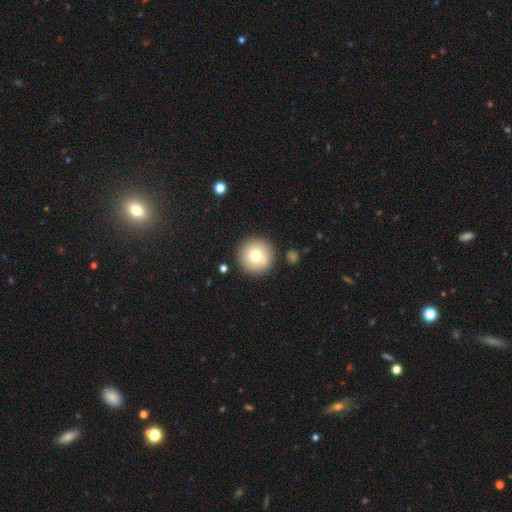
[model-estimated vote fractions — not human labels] Smooth or featured? smooth (74%)
How rounded? round (97%)
Merging? none (90%)